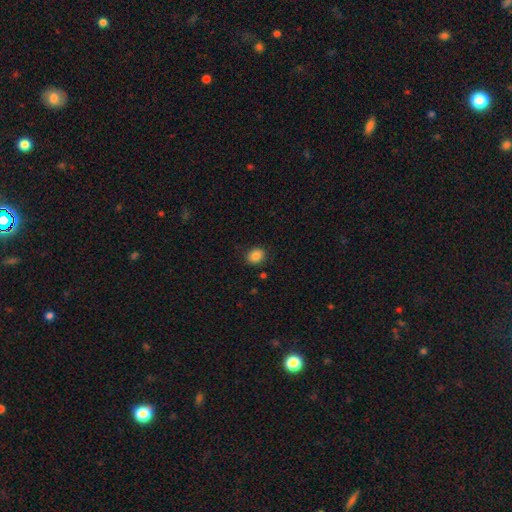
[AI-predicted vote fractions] smooth_or_featured: smooth (p=0.86) [alt: star or artifact p=0.09]
how_rounded: round (p=0.52) [alt: in between p=0.47]
merging: none (p=0.85) [alt: minor disturbance p=0.10]